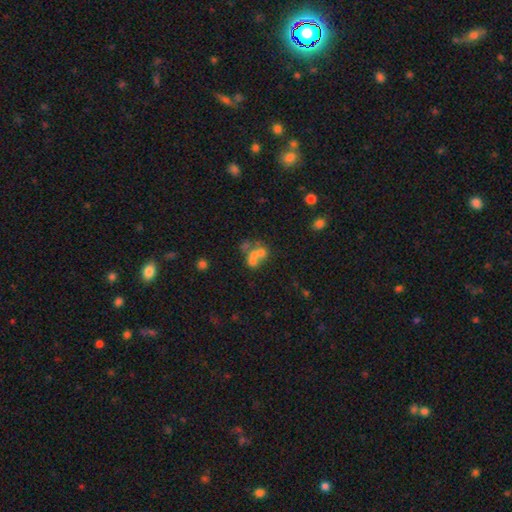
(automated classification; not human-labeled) This is possibly a smooth galaxy (49%). Merging: possibly merger (58%).